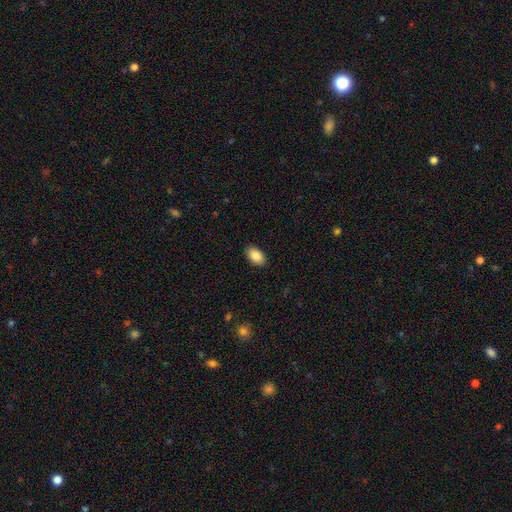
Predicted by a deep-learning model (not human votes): A smooth galaxy with no disk features (88%) that is in between round and cigar-shaped (93%).

Vote fractions:
- Smooth or featured? smooth: 88% / star or artifact: 7% / featured or disk: 5%
- How rounded? in between: 93% / round: 5% / cigar-shaped: 1%
- Merging? none: 90% / minor disturbance: 7% / major disturbance: 2% / merger: 1%